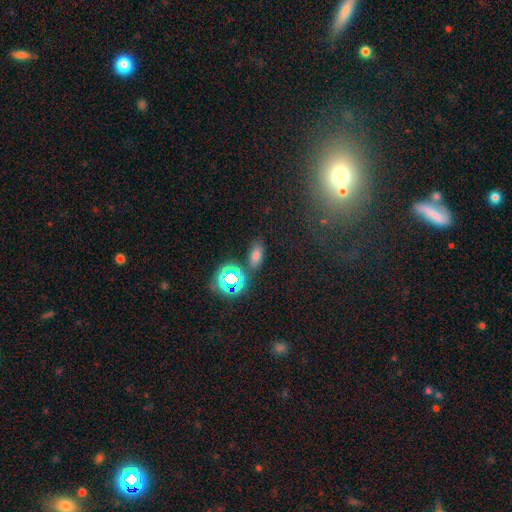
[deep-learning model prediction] The model was most divided on "smooth or featured": smooth: 65%, star or artifact: 26%, featured or disk: 8%. More confident: how rounded — in between (86%); merging — none (80%).